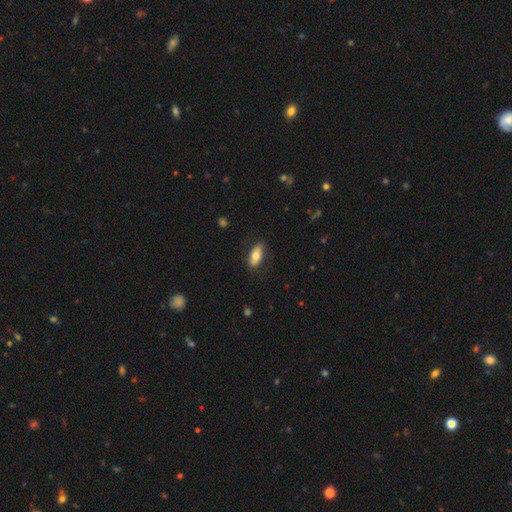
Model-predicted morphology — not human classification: smooth_or_featured: smooth (p=0.73) [alt: featured or disk p=0.21]
how_rounded: in between (p=0.81) [alt: cigar-shaped p=0.16]
merging: none (p=0.79) [alt: minor disturbance p=0.16]